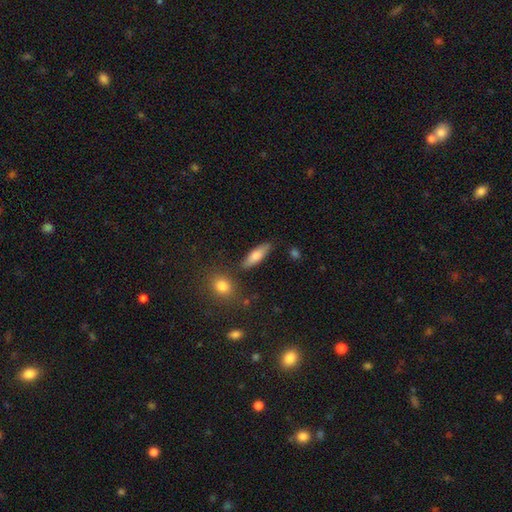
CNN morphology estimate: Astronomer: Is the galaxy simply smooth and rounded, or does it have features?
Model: smooth — 74%.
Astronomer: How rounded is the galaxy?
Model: in between — 52% (runner-up: cigar-shaped, 45%).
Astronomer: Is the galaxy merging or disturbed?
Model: none — 81%.